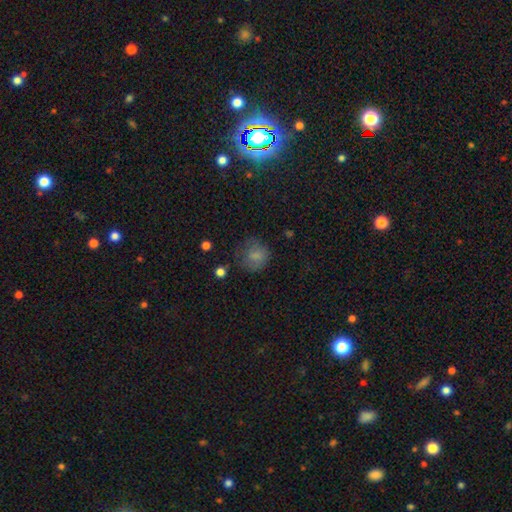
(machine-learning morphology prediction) The model was most divided on "merging": none: 58%, minor disturbance: 24%, major disturbance: 15%, merger: 2%. More confident: how rounded — round (78%); smooth or featured — smooth (75%).